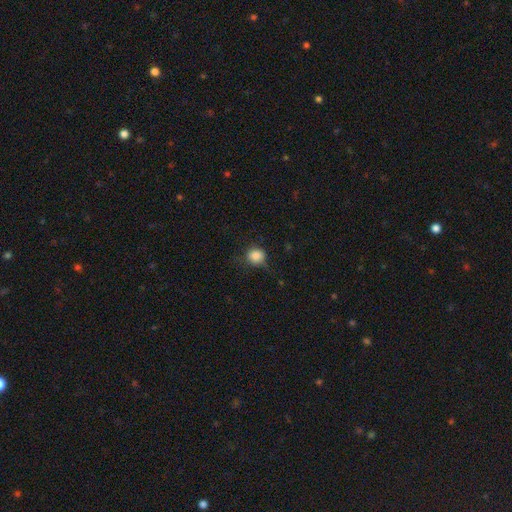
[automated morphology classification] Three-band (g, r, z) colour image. It shows a smooth galaxy with no disk features (84%) that is round (82%). Merging: none (69%).